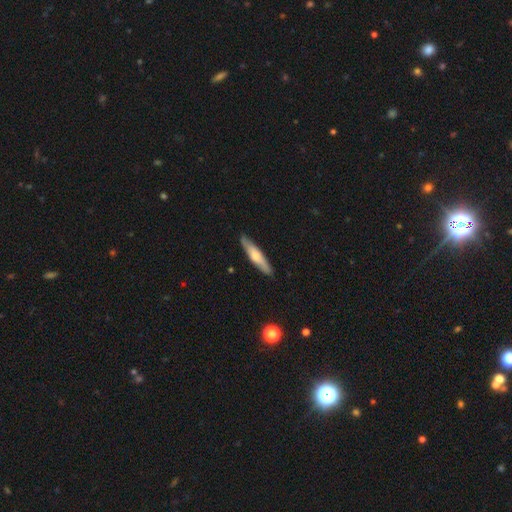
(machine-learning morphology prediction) Smooth or featured: smooth — 55% (featured or disk — 40%)
How rounded: cigar-shaped — 86% (in between — 13%)
Merging: none — 88% (minor disturbance — 9%)